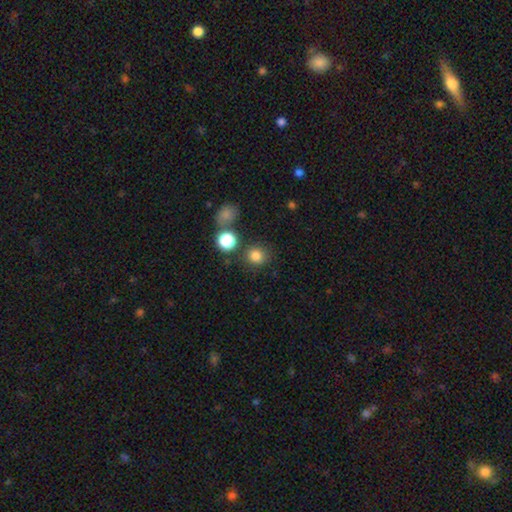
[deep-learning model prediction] Overall: smooth (81%). How rounded: round (88%). Merging: none (82%).